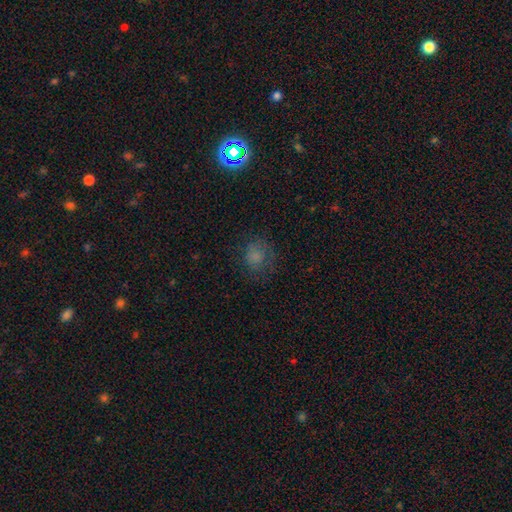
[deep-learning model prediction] Smooth or featured: smooth — 70% (star or artifact — 16%)
How rounded: round — 80% (in between — 19%)
Merging: none — 69% (minor disturbance — 18%)